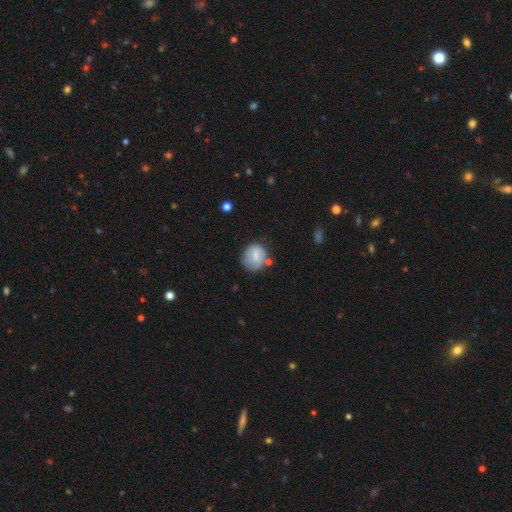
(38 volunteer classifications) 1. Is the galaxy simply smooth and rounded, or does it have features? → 74% smooth, 24% featured or disk, 3% star or artifact.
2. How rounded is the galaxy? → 75% round, 25% in between, 0% cigar-shaped.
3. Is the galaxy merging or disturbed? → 49% none, 27% minor disturbance, 14% major disturbance, 11% merger.